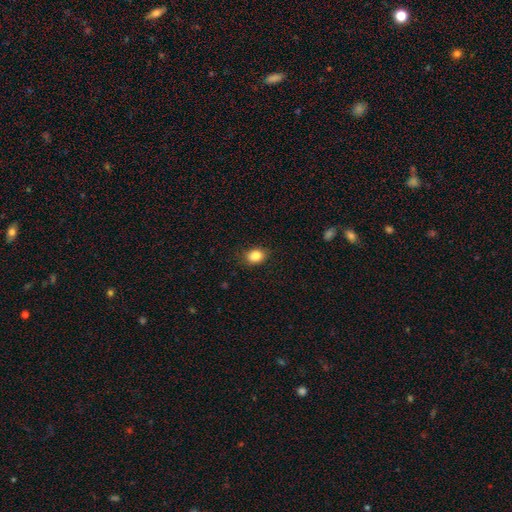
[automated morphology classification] This appears to be a smooth galaxy with no disk features (85%) that is in between round and cigar-shaped (61%). Merging: none (85%).